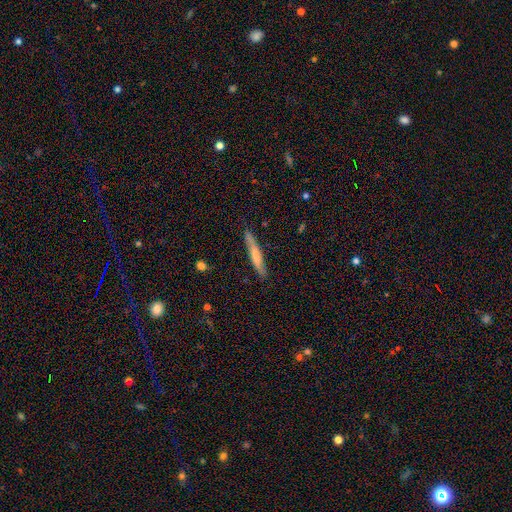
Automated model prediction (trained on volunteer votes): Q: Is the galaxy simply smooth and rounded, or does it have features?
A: smooth — 63%.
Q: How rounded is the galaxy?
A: cigar-shaped — 93%.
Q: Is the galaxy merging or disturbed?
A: none — 81%.